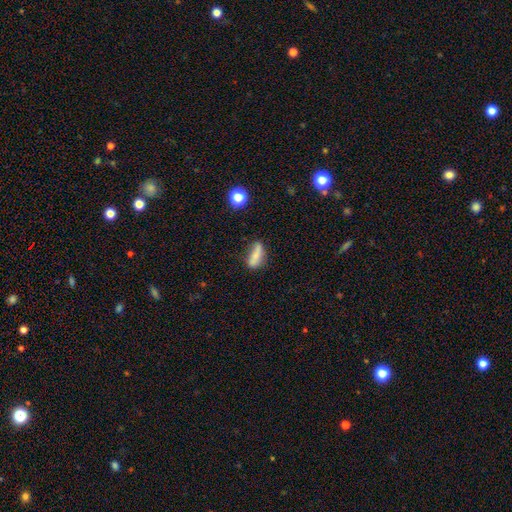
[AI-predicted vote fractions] Q: Smooth or featured?
A: smooth (69%); runner-up: featured or disk (21%)
Q: How rounded?
A: in between (58%); runner-up: cigar-shaped (38%)
Q: Merging?
A: none (49%); runner-up: minor disturbance (29%)